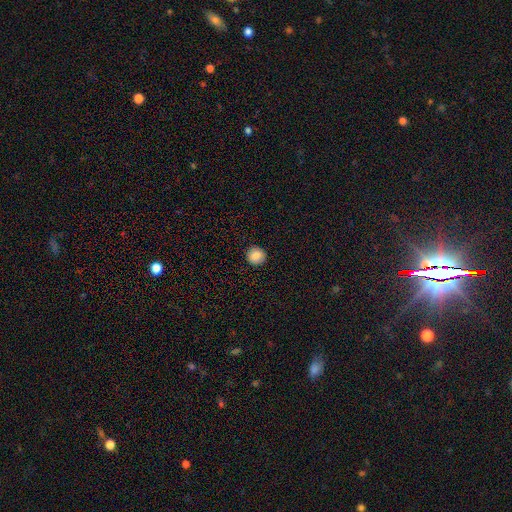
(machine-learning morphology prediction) Smooth or featured: smooth — 88% (star or artifact — 9%)
How rounded: round — 93% (in between — 6%)
Merging: none — 92% (minor disturbance — 5%)